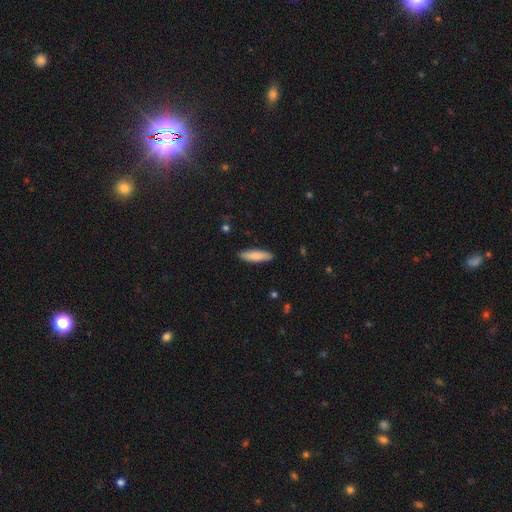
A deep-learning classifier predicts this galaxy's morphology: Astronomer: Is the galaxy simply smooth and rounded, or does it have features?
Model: smooth — 83%.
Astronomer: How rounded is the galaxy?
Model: cigar-shaped — 70%.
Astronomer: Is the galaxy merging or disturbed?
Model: none — 90%.